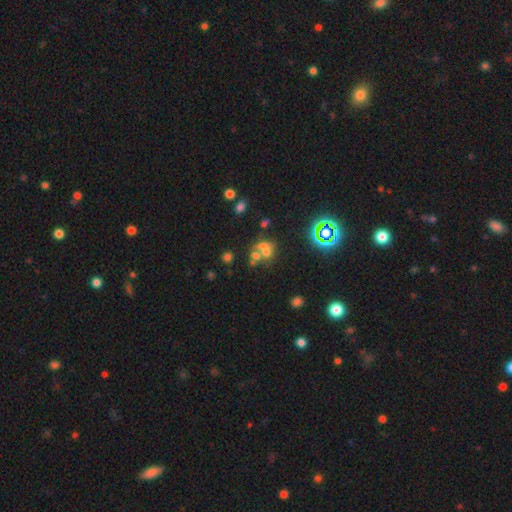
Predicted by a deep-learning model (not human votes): This is possibly a smooth galaxy (47%). Merging: possibly merger (52%).